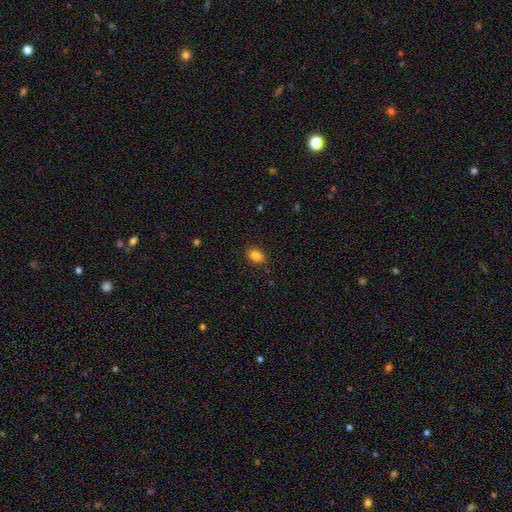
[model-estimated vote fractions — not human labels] Smooth or featured? smooth (85%)
How rounded? in between (80%)
Merging? none (86%)